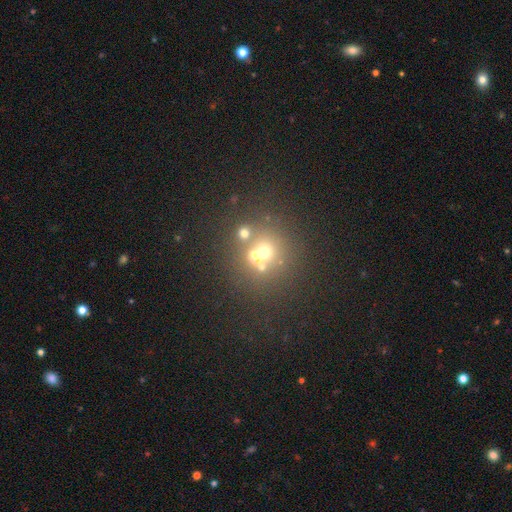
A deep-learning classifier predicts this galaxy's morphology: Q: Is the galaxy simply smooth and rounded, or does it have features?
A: smooth — 52%.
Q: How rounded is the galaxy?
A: round — 88%.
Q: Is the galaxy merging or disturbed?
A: none — 56%.